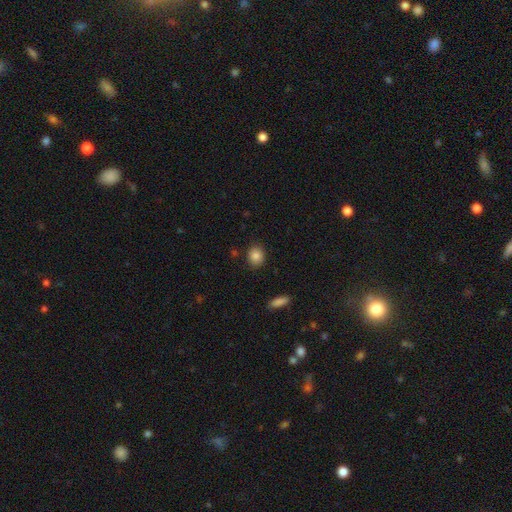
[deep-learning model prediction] Morphology: type=smooth (86%); roundness=round (64%); merging=none (87%).